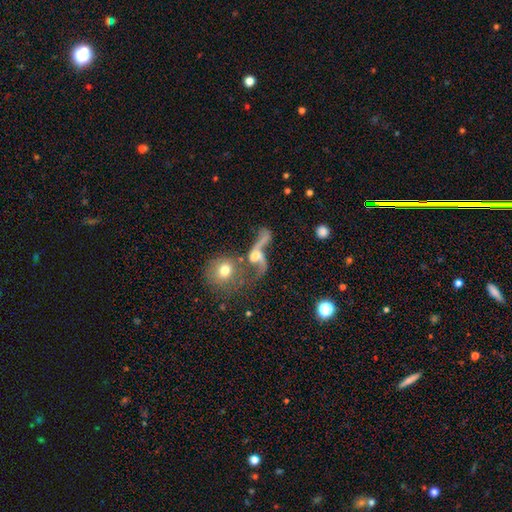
Overall: featured or disk (69%; smooth 31%). Edge-on disk: no (93%). Bar: no (72%). Spiral arms: yes (80%). Spiral arm count: 2 (100%). Spiral winding: loose (85%). Bulge size: moderate (52%; large 28%). Merging: major disturbance (49%; merger 41%).